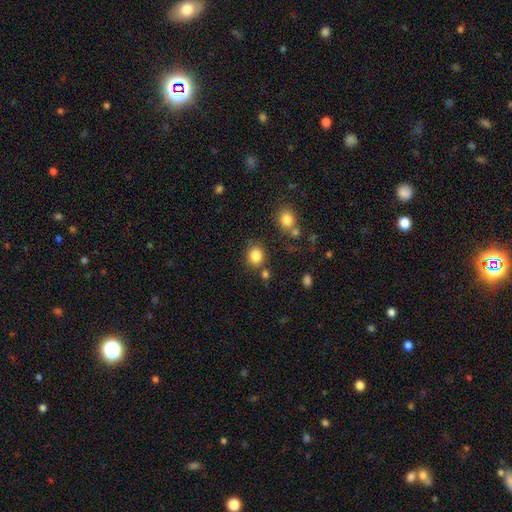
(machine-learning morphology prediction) Smooth or featured? smooth (84%)
How rounded? round (77%)
Merging? none (77%)